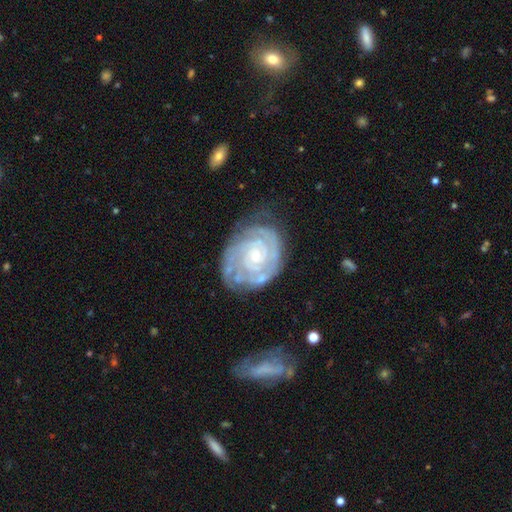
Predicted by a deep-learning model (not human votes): The model was most divided on "spiral arm count" (2-way tie): can't tell: 30%, 2: 30%, 3: 19%, 4: 10%, more than 4: 5%, 1: 5%. More confident: edge-on disk — no (97%); spiral arms — yes (96%); smooth or featured — featured or disk (87%); spiral winding — tight (81%); bar — no (75%); bulge size — small (72%); merging — none (67%).